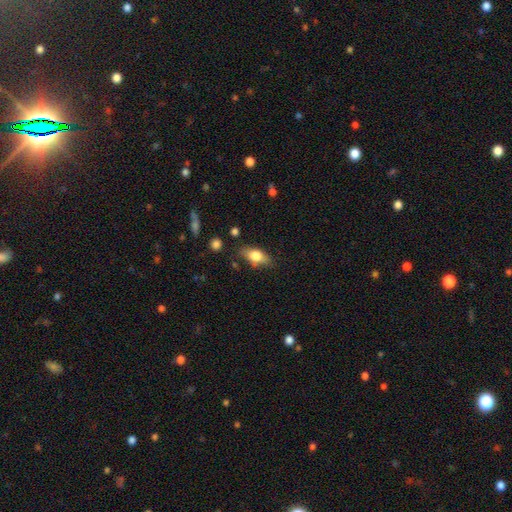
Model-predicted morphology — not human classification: Smooth or featured: smooth — 68% (featured or disk — 25%)
How rounded: in between — 80% (cigar-shaped — 13%)
Merging: none — 75% (minor disturbance — 18%)